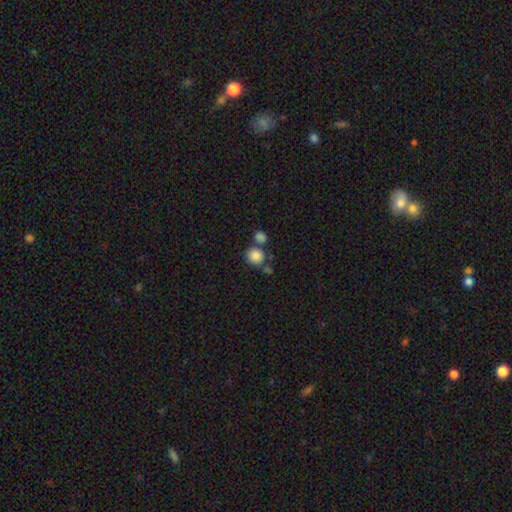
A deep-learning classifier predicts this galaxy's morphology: The model was most divided on "merging": none: 59%, merger: 25%, minor disturbance: 11%, major disturbance: 4%. More confident: how rounded — round (85%); smooth or featured — smooth (84%).